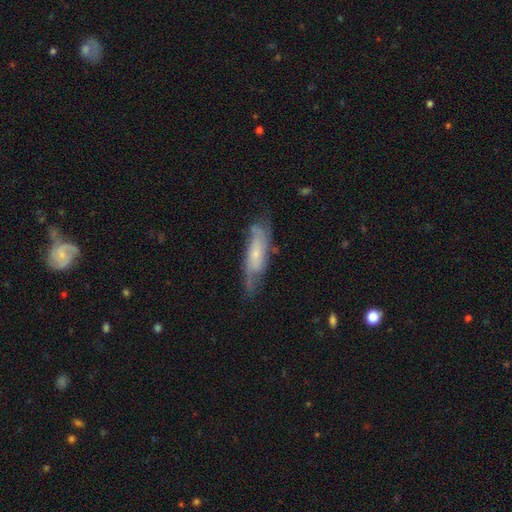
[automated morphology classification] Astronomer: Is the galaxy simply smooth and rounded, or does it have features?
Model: featured or disk — 58% (runner-up: smooth, 36%).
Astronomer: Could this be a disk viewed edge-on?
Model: no — 70%.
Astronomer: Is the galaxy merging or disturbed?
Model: none — 59%.